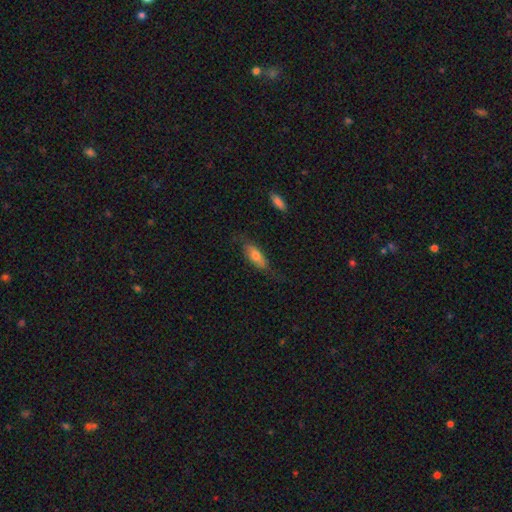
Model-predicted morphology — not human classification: smooth-or-featured: smooth: 71% | featured or disk: 22% | star or artifact: 6%
  how-rounded: in between: 67% | cigar-shaped: 31% | round: 2%
  merging: none: 65% | minor disturbance: 24% | major disturbance: 9% | merger: 2%